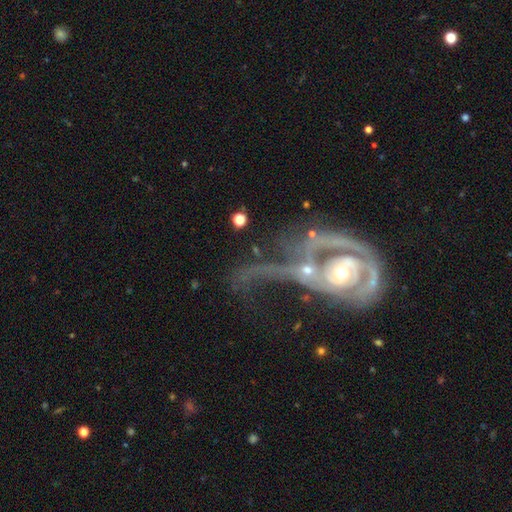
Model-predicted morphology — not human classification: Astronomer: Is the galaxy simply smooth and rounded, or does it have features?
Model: featured or disk — 73%.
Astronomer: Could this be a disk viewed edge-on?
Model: no — 93%.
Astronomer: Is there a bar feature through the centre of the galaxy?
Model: no — 66%.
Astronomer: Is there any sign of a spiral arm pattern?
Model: yes — 58% (runner-up: no, 42%).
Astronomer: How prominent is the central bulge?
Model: moderate — 54% (runner-up: small, 32%).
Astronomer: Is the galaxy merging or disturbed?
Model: merger — 49% (runner-up: major disturbance, 31%).